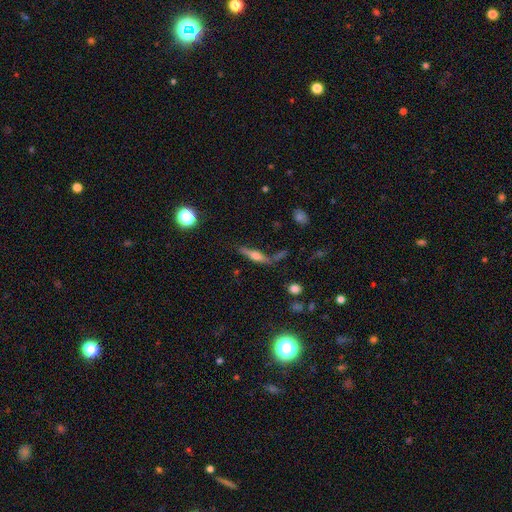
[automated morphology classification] This is possibly a featured or disk galaxy (60%). It is clearly viewed edge-on (91%). Edge-on bulge: clearly rounded (86%). Merging: likely none (64%).